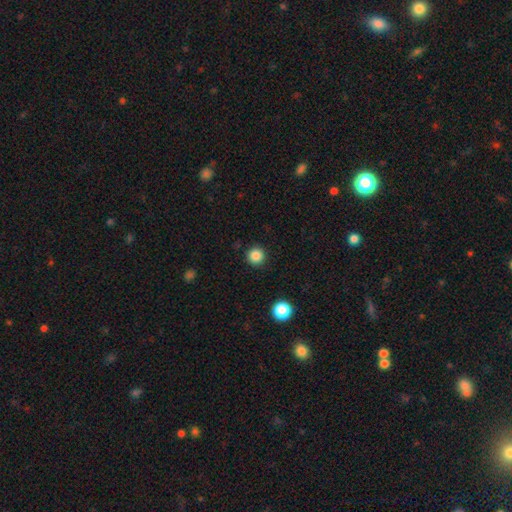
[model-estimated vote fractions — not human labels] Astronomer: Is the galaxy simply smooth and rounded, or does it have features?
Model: smooth — 85%.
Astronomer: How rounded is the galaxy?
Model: round — 96%.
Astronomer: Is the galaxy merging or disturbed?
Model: none — 92%.